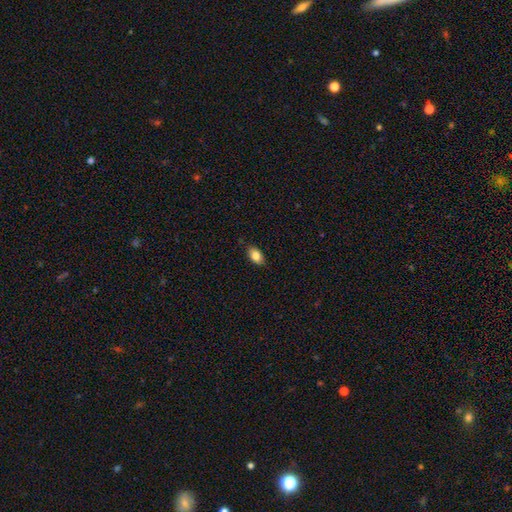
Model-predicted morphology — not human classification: This appears to be a smooth galaxy with no disk features (84%) that is in between round and cigar-shaped (89%). Merging: none (84%).